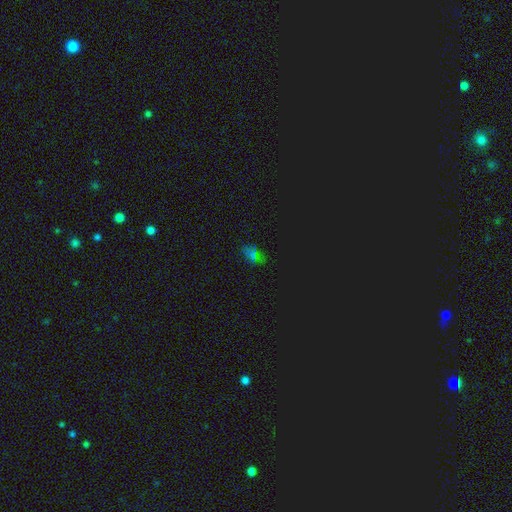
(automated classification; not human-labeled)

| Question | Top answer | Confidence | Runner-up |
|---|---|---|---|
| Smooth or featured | star or artifact | 52% | smooth (39%) |